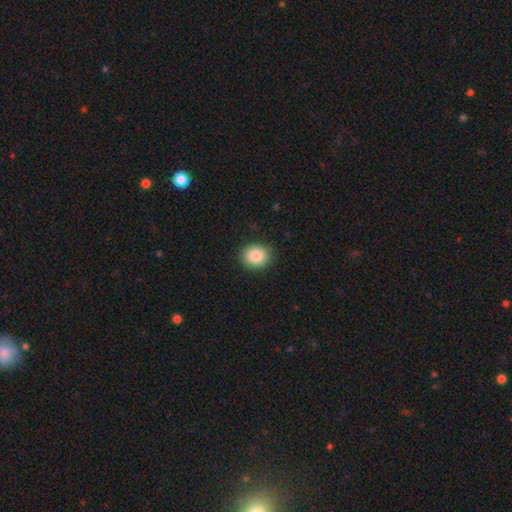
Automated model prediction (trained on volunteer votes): Smooth or featured: smooth — 87% (star or artifact — 8%)
How rounded: round — 68% (in between — 31%)
Merging: none — 88% (minor disturbance — 8%)